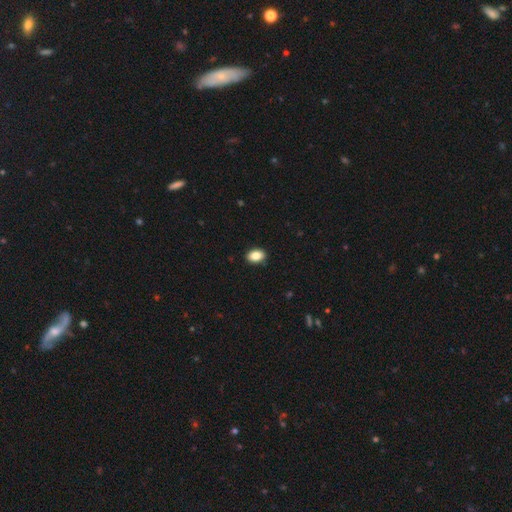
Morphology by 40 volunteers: smooth 88%, star or artifact 10%, featured or disk 2%. Down the decision tree: how rounded — in between (94%); merging — none (83%).